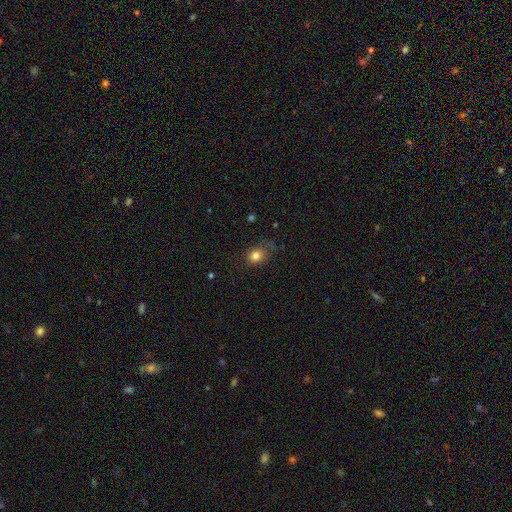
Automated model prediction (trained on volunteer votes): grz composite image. It shows a smooth galaxy with no disk features (81%) that is round (63%). Merging: none (73%).